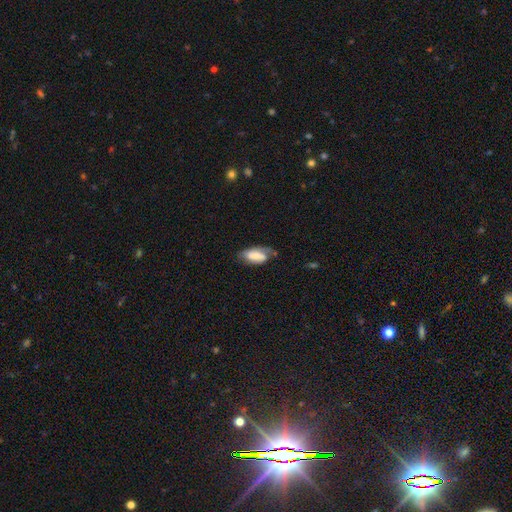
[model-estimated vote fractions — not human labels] smooth-or-featured: smooth: 51% | featured or disk: 41% | star or artifact: 7%
  how-rounded: in between: 90% | cigar-shaped: 6% | round: 3%
  merging: none: 45% | minor disturbance: 32% | major disturbance: 20% | merger: 3%